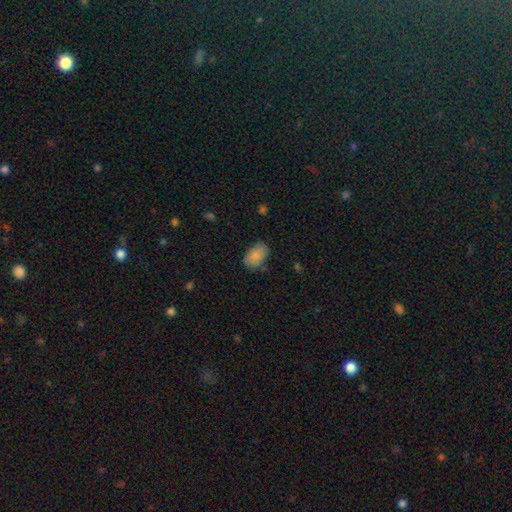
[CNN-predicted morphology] Q: Smooth or featured?
A: smooth (87%); runner-up: star or artifact (7%)
Q: How rounded?
A: in between (92%); runner-up: round (7%)
Q: Merging?
A: none (77%); runner-up: minor disturbance (17%)